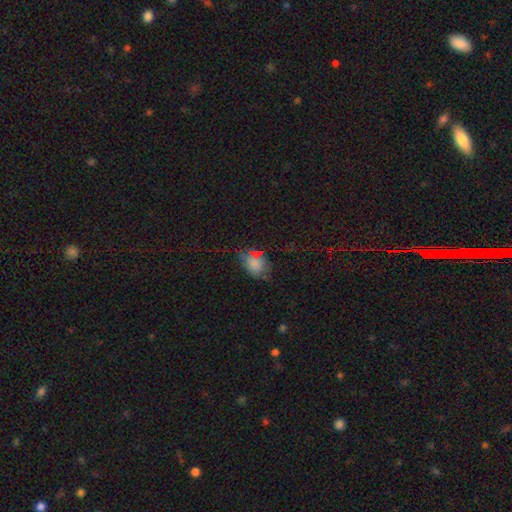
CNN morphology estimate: Smooth or featured? smooth (59%)
How rounded? in between (72%)
Merging? none (65%)